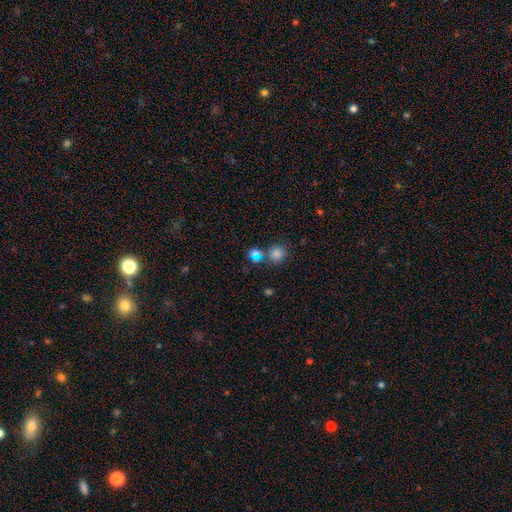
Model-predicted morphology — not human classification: Overall: smooth (71%). How rounded: round (69%). Merging: none (47%; merger 37%).